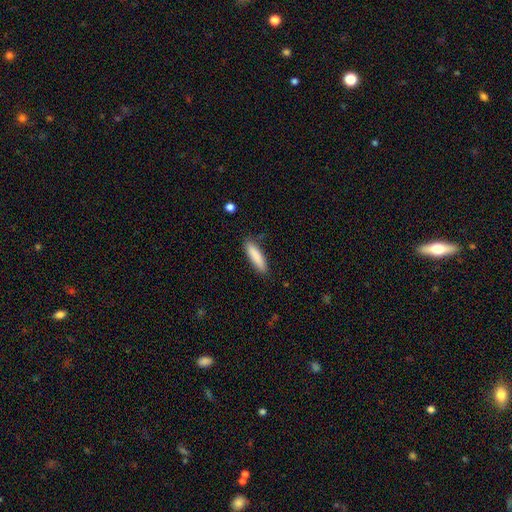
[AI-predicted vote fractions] Smooth or featured? Predicted: smooth (p=0.87). How rounded? Predicted: cigar-shaped (p=0.72). Merging? Predicted: none (p=0.84).